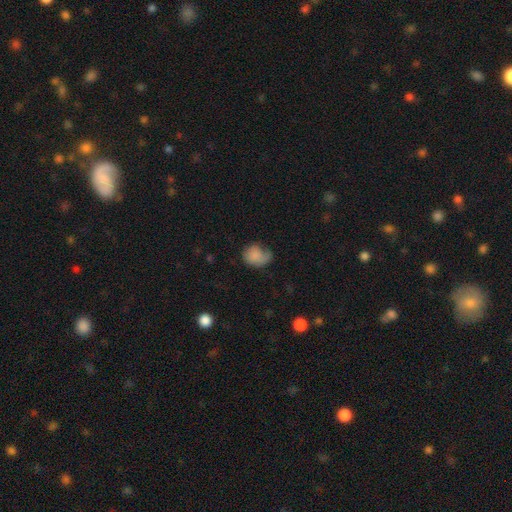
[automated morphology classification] The model was most divided on "how rounded": in between: 51%, round: 49%, cigar-shaped: 1%. Remaining: smooth or featured — smooth (75%); merging — none (37%).